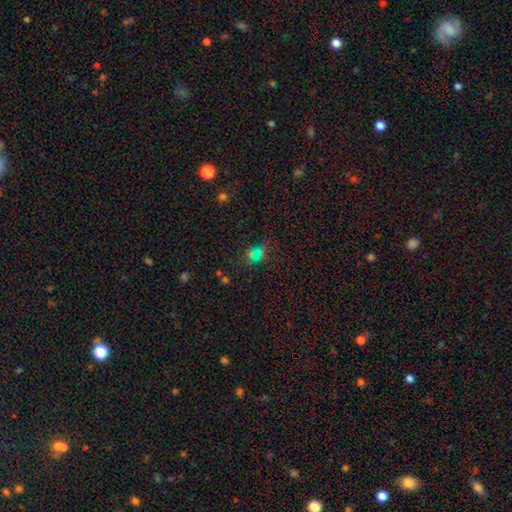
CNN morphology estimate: smooth 48%, star or artifact 43%, featured or disk 9%. Down the decision tree: merging — none (71%).